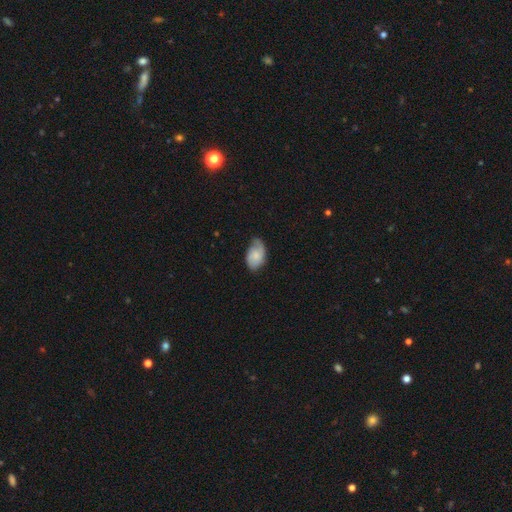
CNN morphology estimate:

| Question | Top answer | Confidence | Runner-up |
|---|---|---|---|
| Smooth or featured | smooth | 54% | featured or disk (39%) |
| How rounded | in between | 90% | round (9%) |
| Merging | none | 53% | minor disturbance (34%) |